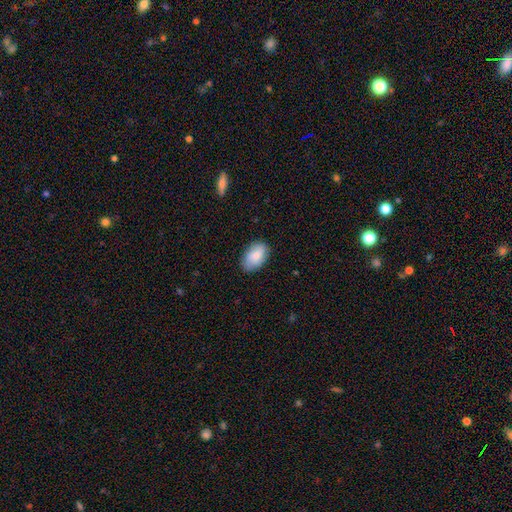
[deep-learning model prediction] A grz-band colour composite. It shows a smooth galaxy with no disk features (76%) that is in between round and cigar-shaped (90%). Merging: none (80%).